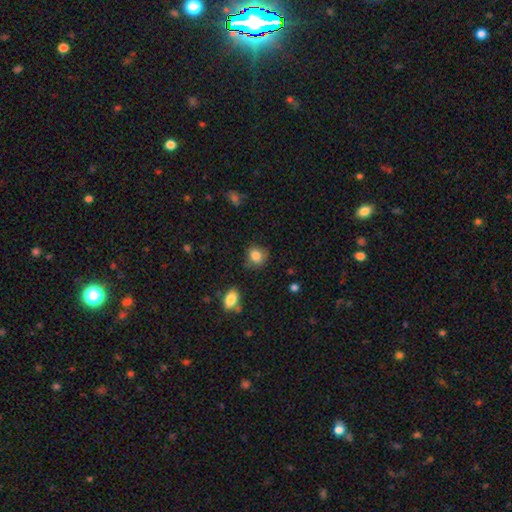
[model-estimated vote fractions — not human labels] Morphology: type=smooth (83%); roundness=round (72%); merging=none (71%).